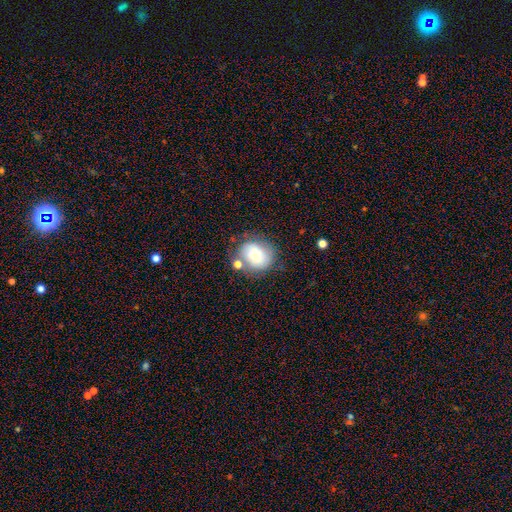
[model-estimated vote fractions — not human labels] smooth 62%, featured or disk 27%, star or artifact 10%. Down the decision tree: how rounded — round (70%); merging — none (60%).